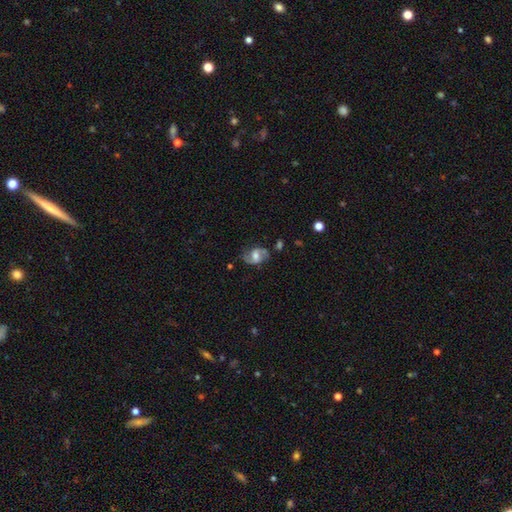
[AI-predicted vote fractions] The model was most divided on "spiral winding": medium: 46%, loose: 39%, tight: 15%. Remaining: edge-on disk — no (97%); spiral arms — yes (91%); spiral arm count — 2 (89%); smooth or featured — featured or disk (74%); merging — none (69%); bulge size — moderate (57%); bar — weak (47%).